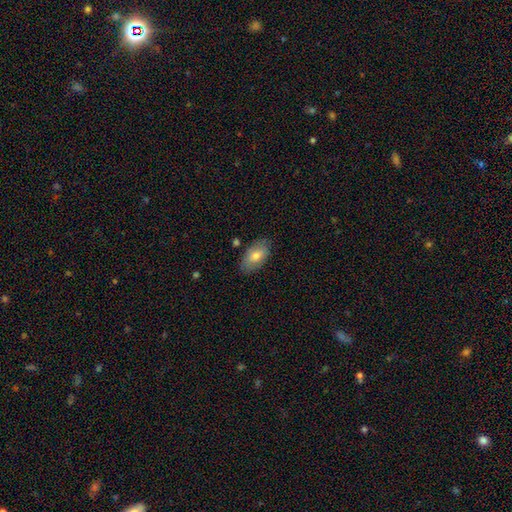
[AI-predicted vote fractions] smooth_or_featured: smooth (p=0.72) [alt: featured or disk p=0.21]
how_rounded: in between (p=0.94) [alt: round p=0.04]
merging: none (p=0.82) [alt: minor disturbance p=0.13]